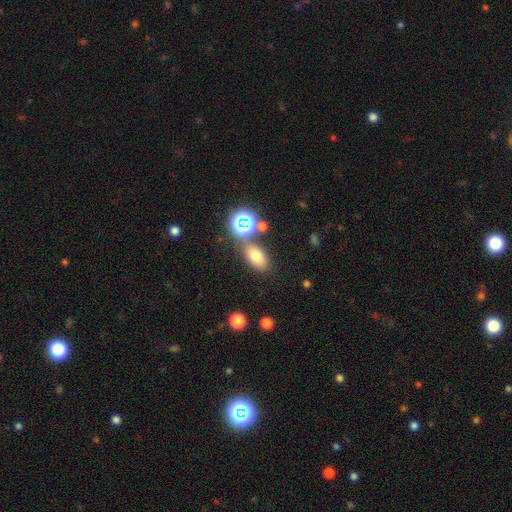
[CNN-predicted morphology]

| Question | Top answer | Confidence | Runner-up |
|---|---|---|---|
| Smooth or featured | smooth | 69% | star or artifact (20%) |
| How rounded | in between | 80% | round (17%) |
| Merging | none | 72% | merger (13%) |